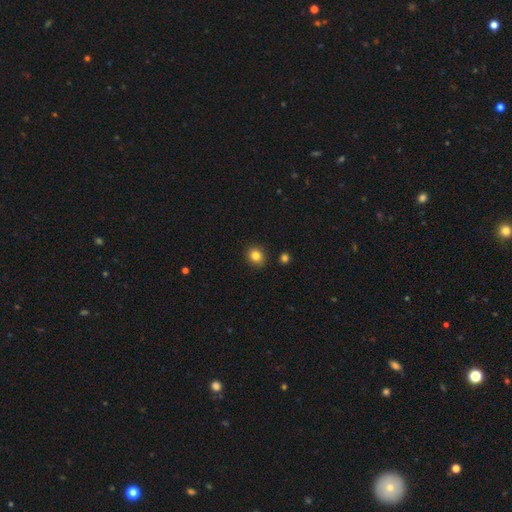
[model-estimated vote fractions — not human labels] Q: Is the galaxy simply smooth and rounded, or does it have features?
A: smooth — 84%.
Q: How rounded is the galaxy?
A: round — 69%.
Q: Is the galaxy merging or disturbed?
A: none — 87%.